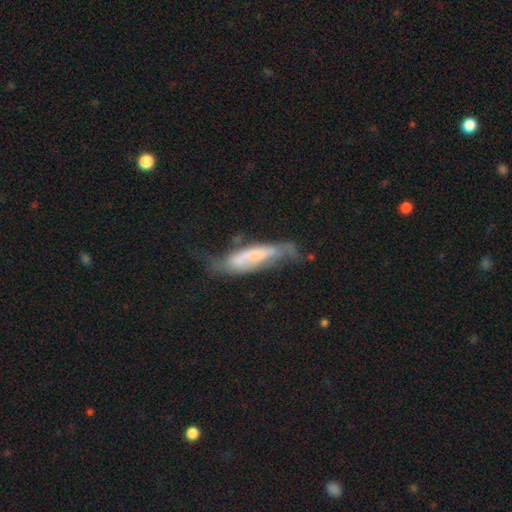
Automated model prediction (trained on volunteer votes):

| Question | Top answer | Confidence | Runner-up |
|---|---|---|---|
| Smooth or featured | featured or disk | 52% | smooth (40%) |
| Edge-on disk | no | 59% | yes (41%) |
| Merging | none | 34% | minor disturbance (33%) |